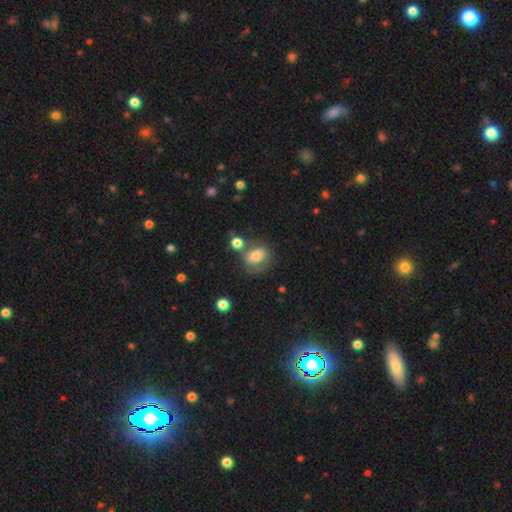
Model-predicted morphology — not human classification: smooth_or_featured: smooth (p=0.54) [alt: featured or disk p=0.36]
how_rounded: in between (p=0.62) [alt: round p=0.36]
merging: none (p=0.42) [alt: minor disturbance p=0.21]